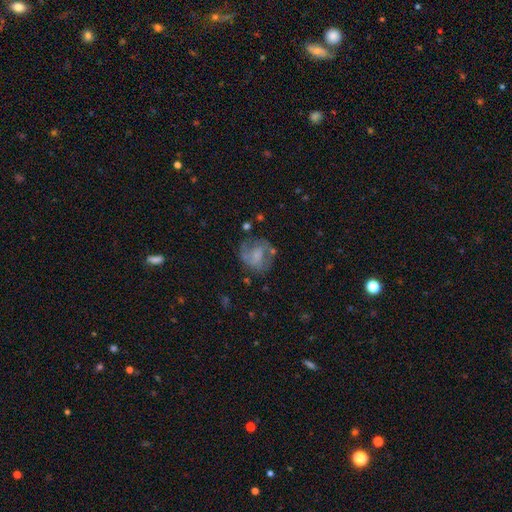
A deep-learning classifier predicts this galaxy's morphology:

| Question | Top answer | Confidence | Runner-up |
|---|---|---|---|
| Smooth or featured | featured or disk | 55% | smooth (36%) |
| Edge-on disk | no | 98% | yes (2%) |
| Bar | no | 57% | weak (34%) |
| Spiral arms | yes | 73% | no (27%) |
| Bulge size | none | 40% | small (26%) |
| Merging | none | 57% | minor disturbance (22%) |